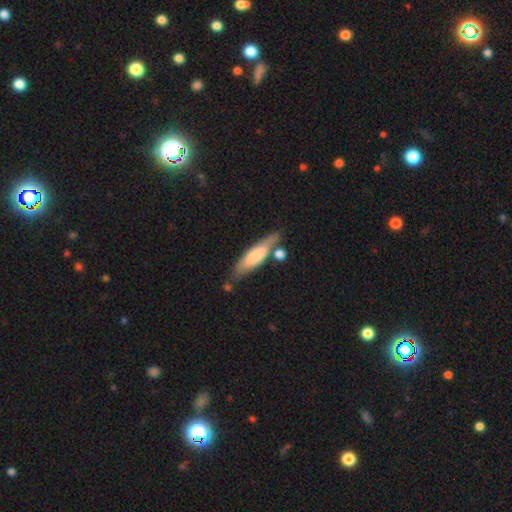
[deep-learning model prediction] This is likely a smooth galaxy (60%). How rounded: likely cigar-shaped (61%). Merging: likely none (62%).